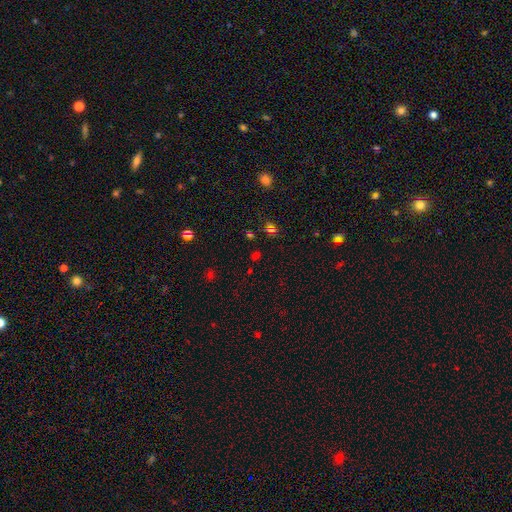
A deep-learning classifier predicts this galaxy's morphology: Overall: star or artifact (54%; smooth 39%).